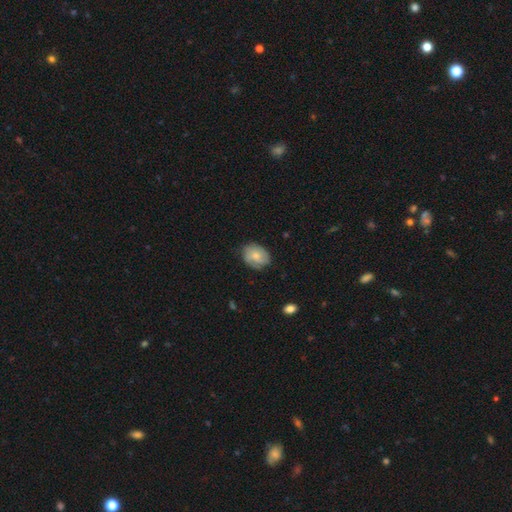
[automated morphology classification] A smooth galaxy with no disk features (64%) that is in between round and cigar-shaped (65%).

Vote fractions:
- Smooth or featured? smooth: 64% / featured or disk: 29% / star or artifact: 7%
- How rounded? in between: 65% / round: 34% / cigar-shaped: 1%
- Merging? none: 70% / minor disturbance: 24% / major disturbance: 5% / merger: 1%